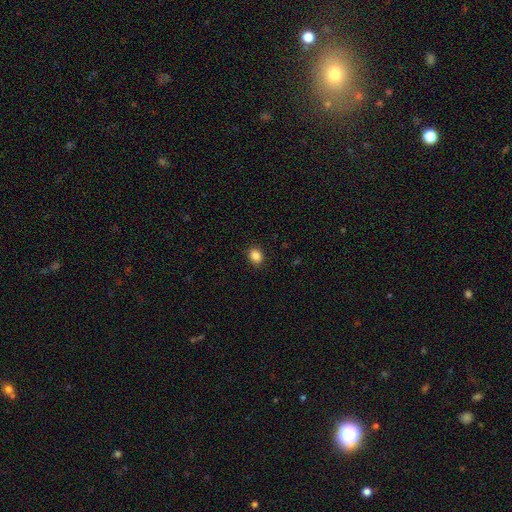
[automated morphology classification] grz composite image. It shows a smooth galaxy with no disk features (87%) that is round (50%). Merging: none (90%).